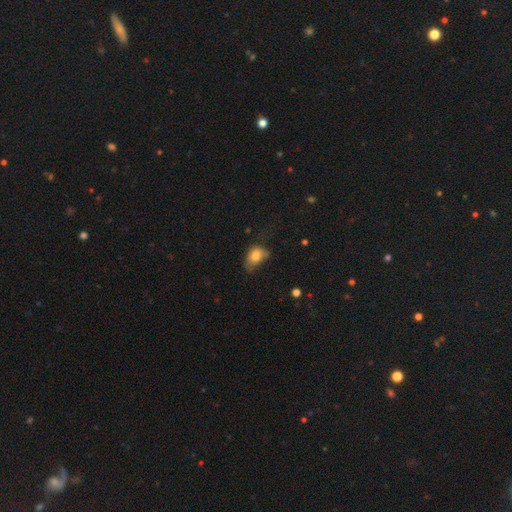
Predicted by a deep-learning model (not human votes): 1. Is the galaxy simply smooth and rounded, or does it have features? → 76% smooth, 15% featured or disk, 9% star or artifact.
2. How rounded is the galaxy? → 76% in between, 23% round, 1% cigar-shaped.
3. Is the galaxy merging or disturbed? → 40% minor disturbance, 31% none, 26% major disturbance, 3% merger.